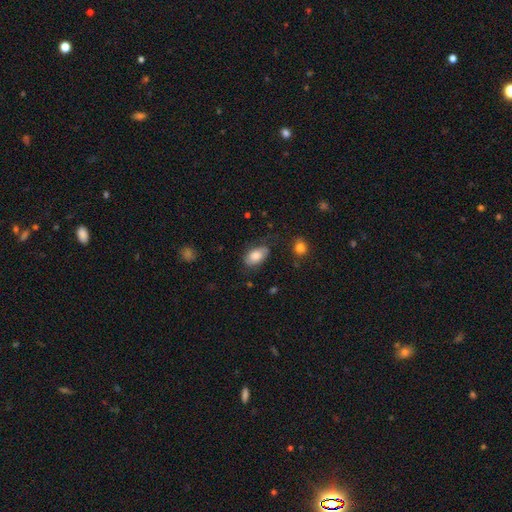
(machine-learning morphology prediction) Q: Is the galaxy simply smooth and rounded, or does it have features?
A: smooth — 74%.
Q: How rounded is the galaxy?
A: in between — 92%.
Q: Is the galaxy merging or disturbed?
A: none — 65%.